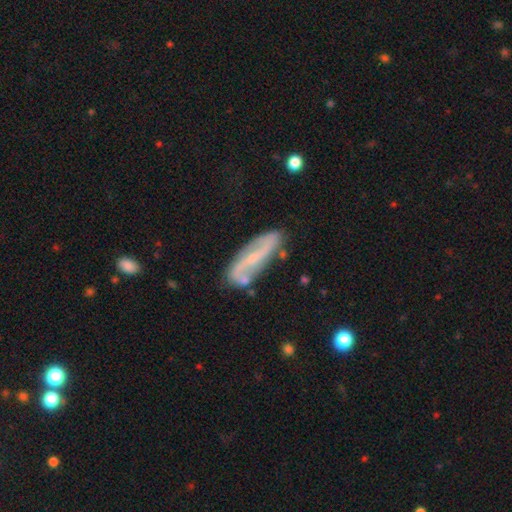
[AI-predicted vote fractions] Smooth or featured? featured or disk (78%)
Edge-on disk? no (87%)
Bar? weak (37%)
Spiral arms? yes (92%)
Spiral winding? loose (55%)
Spiral arm count? 2 (90%)
Bulge size? small (67%)
Merging? none (76%)